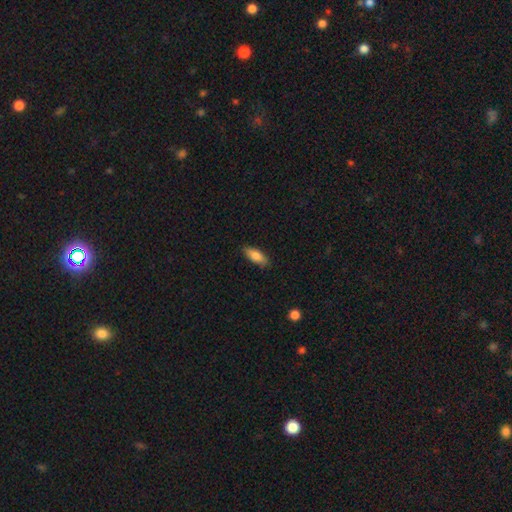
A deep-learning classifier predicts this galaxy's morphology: This is clearly a smooth galaxy (82%). How rounded: likely in between (73%). Merging: clearly none (84%).